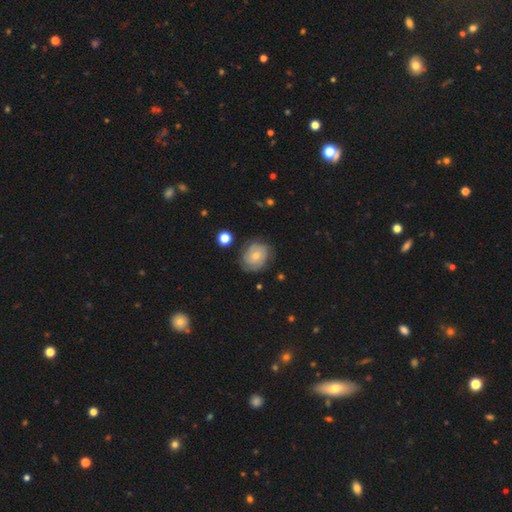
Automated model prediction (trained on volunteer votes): Overall: featured or disk (55%; smooth 37%). Edge-on disk: no (97%). Bar: no (75%). Spiral arms: yes (83%). Bulge size: small (49%; moderate 46%). Merging: none (72%).